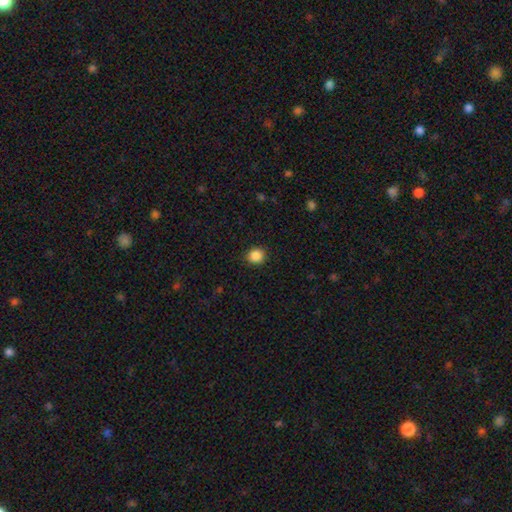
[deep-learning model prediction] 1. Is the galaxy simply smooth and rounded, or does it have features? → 87% smooth, 10% star or artifact, 3% featured or disk.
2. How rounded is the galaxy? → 87% round, 12% in between, 1% cigar-shaped.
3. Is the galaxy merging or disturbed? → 90% none, 7% minor disturbance, 2% major disturbance, 1% merger.